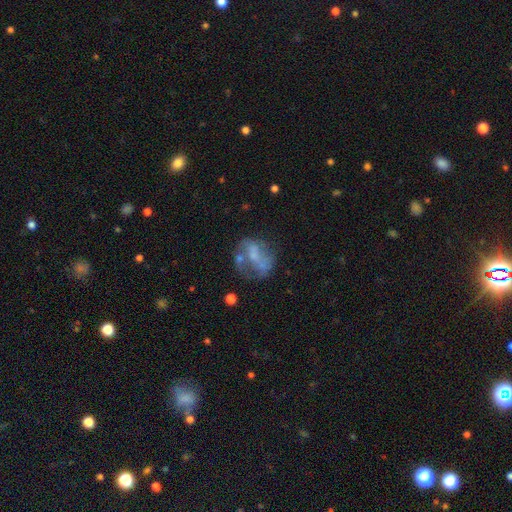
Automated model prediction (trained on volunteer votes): This is possibly a featured or disk galaxy (57%). It is clearly not viewed edge-on (96%). Bar: possibly no (55%). Spiral arm pattern: possibly no (59%). Central bulge: marginally none (41%). Merging: marginally none (39%).